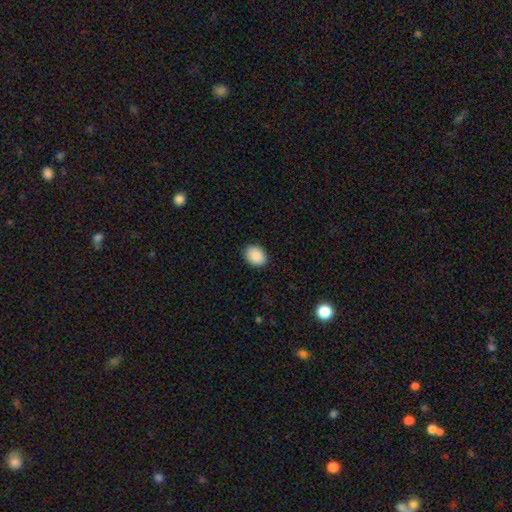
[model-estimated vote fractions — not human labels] Q: Smooth or featured?
A: smooth (90%); runner-up: star or artifact (7%)
Q: How rounded?
A: in between (59%); runner-up: round (40%)
Q: Merging?
A: none (90%); runner-up: minor disturbance (7%)